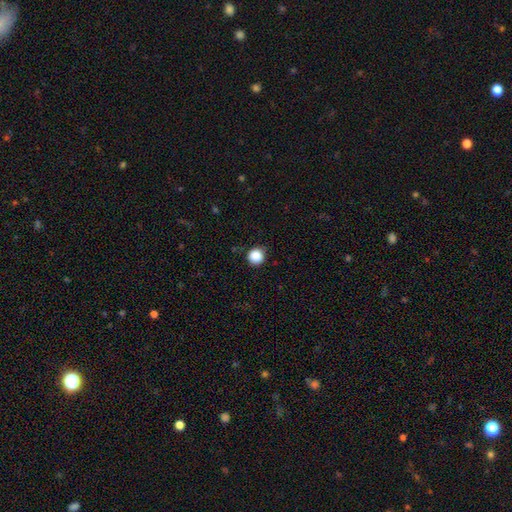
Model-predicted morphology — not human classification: This is clearly a smooth galaxy (87%). How rounded: clearly round (95%). Merging: clearly none (90%).